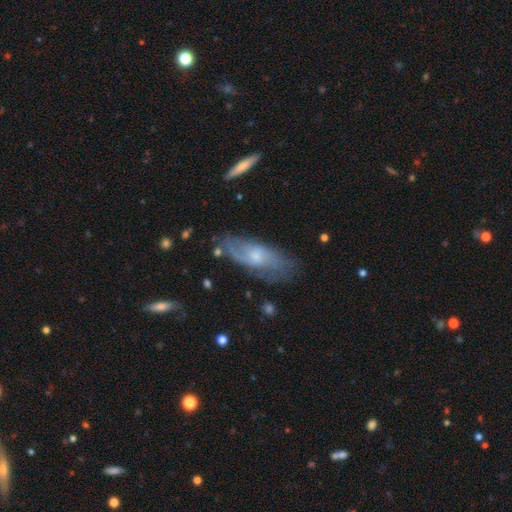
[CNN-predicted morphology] Q: Smooth or featured?
A: featured or disk (63%); runner-up: smooth (30%)
Q: Edge-on disk?
A: no (84%); runner-up: yes (16%)
Q: Bar?
A: no (62%); runner-up: weak (33%)
Q: Spiral arms?
A: yes (80%); runner-up: no (20%)
Q: Bulge size?
A: small (49%); runner-up: moderate (41%)
Q: Merging?
A: none (67%); runner-up: minor disturbance (22%)